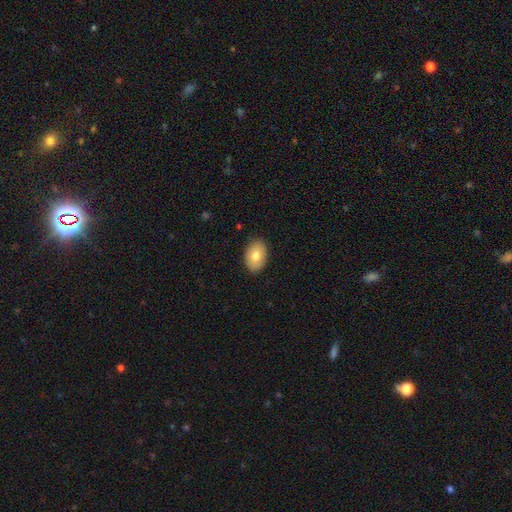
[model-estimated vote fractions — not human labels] This appears to be a smooth galaxy with no disk features (77%) that is in between round and cigar-shaped (87%). Merging: none (88%).